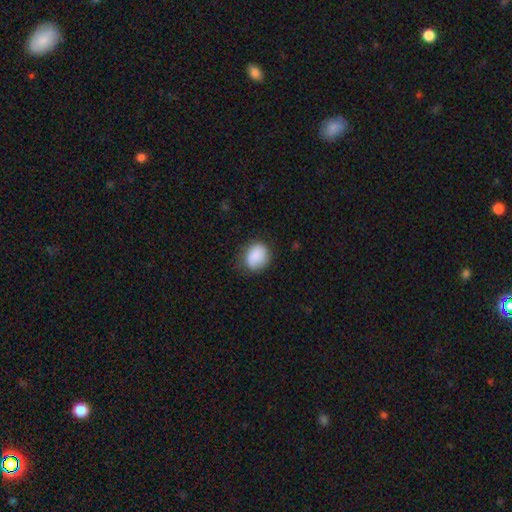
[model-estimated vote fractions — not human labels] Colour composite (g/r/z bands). It shows a smooth galaxy with no disk features (86%) that is round (56%). Merging: none (71%).